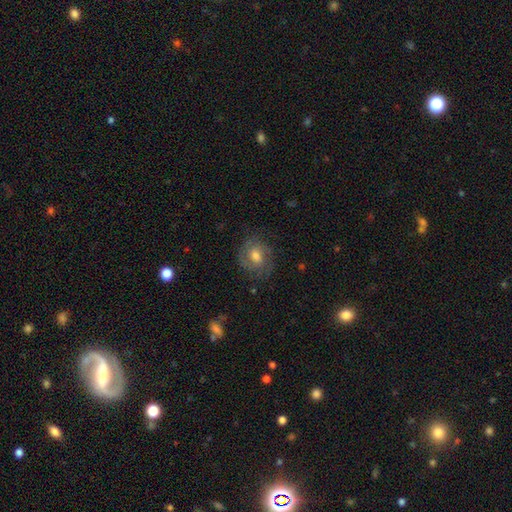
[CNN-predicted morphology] A featured or disk galaxy (60%) with no bar (51%), spiral arms (86%) and a moderate central bulge (65%). Merging: none (76%).